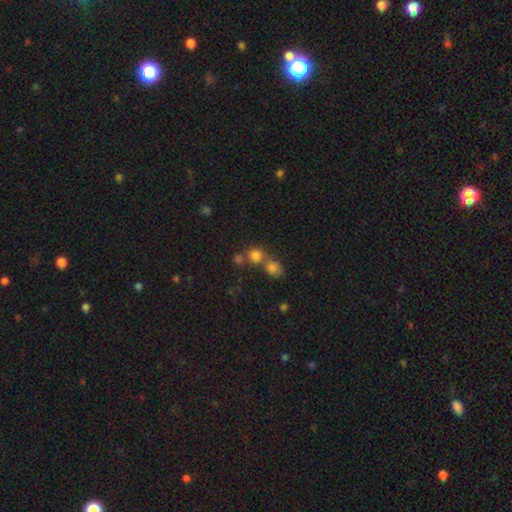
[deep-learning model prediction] smooth-or-featured: smooth: 77% | star or artifact: 16% | featured or disk: 8%
  how-rounded: round: 84% | in between: 14% | cigar-shaped: 1%
  merging: none: 48% | merger: 41% | minor disturbance: 7% | major disturbance: 4%